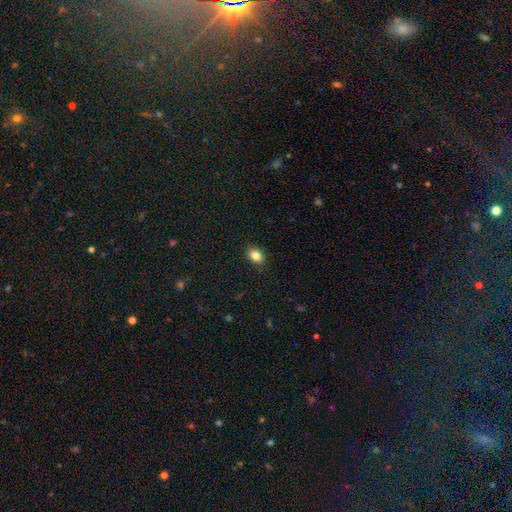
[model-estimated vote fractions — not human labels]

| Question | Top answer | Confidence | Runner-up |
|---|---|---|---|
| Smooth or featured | smooth | 84% | star or artifact (9%) |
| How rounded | in between | 78% | round (21%) |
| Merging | none | 88% | minor disturbance (9%) |